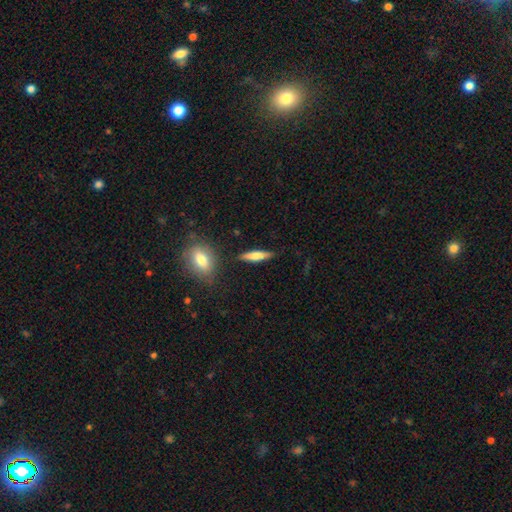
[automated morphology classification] smooth_or_featured: smooth (p=0.63) [alt: featured or disk p=0.30]
how_rounded: cigar-shaped (p=0.76) [alt: in between p=0.21]
merging: none (p=0.85) [alt: minor disturbance p=0.10]